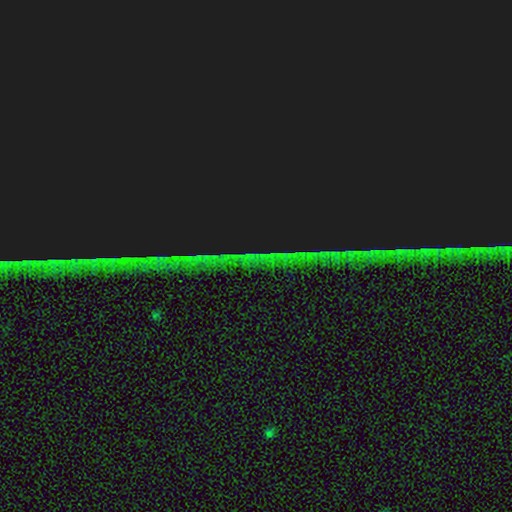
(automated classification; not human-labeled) Overall: star or artifact (85%).